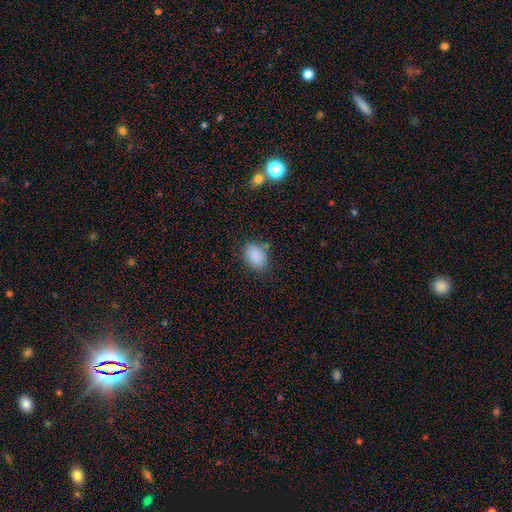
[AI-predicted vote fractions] A smooth galaxy with no disk features (87%) that is in between round and cigar-shaped (80%). Merging: none (77%).